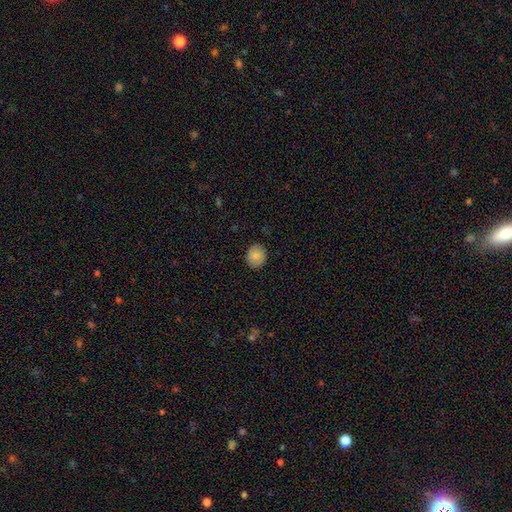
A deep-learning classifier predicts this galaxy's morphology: The model was most divided on "how rounded": round: 68%, in between: 31%, cigar-shaped: 1%. More confident: merging — none (86%); smooth or featured — smooth (81%).